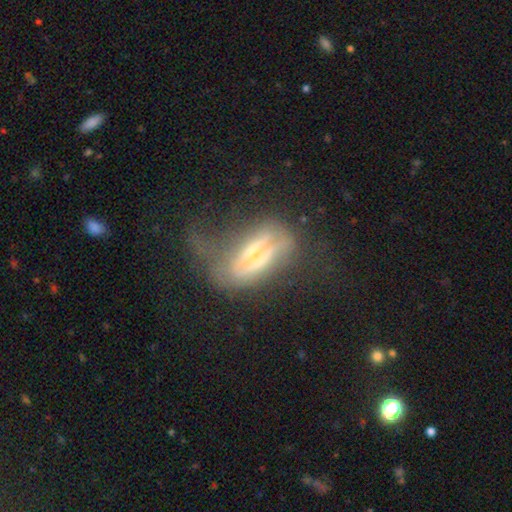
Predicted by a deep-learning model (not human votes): This appears to be a featured or disk galaxy (63%) viewed edge-on (55%). Merging: major disturbance (41%).